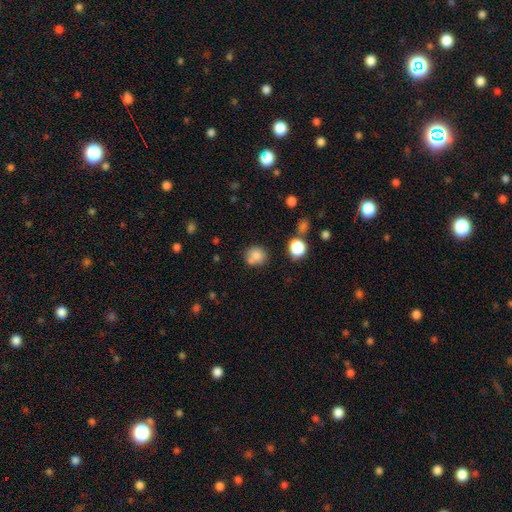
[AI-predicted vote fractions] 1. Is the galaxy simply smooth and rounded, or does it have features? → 80% smooth, 12% star or artifact, 9% featured or disk.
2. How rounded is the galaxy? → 80% round, 19% in between, 1% cigar-shaped.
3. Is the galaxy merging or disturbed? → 61% none, 18% merger, 16% minor disturbance, 5% major disturbance.